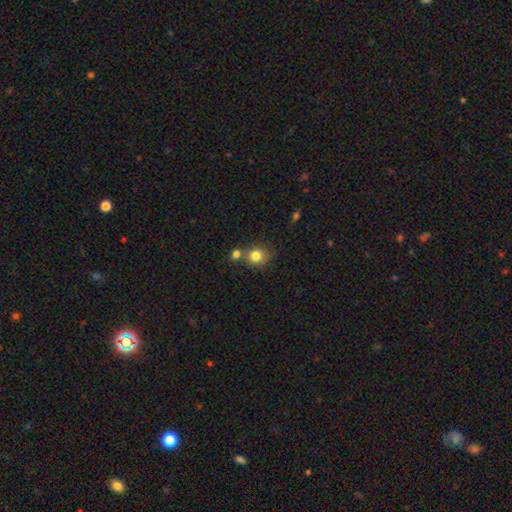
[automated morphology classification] smooth-or-featured: smooth: 82% | star or artifact: 10% | featured or disk: 7%
  how-rounded: round: 83% | in between: 16% | cigar-shaped: 1%
  merging: none: 60% | merger: 26% | minor disturbance: 10% | major disturbance: 3%